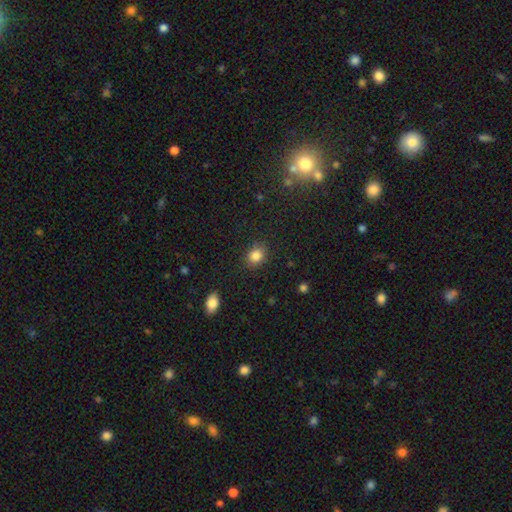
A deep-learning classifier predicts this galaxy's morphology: A smooth galaxy with no disk features (85%) that is in between round and cigar-shaped (50%).

Vote fractions:
- Smooth or featured? smooth: 85% / star or artifact: 10% / featured or disk: 5%
- How rounded? in between: 50% / round: 48% / cigar-shaped: 1%
- Merging? none: 84% / minor disturbance: 11% / major disturbance: 3% / merger: 1%